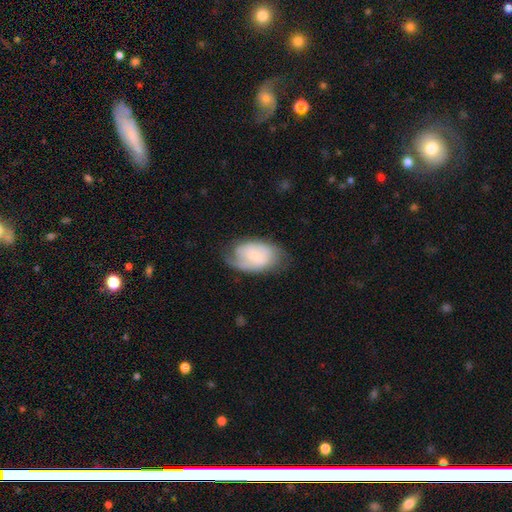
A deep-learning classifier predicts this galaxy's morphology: Smooth or featured? featured or disk (55%)
Edge-on disk? no (96%)
Bar? no (62%)
Spiral arms? yes (83%)
Bulge size? small (63%)
Merging? none (56%)